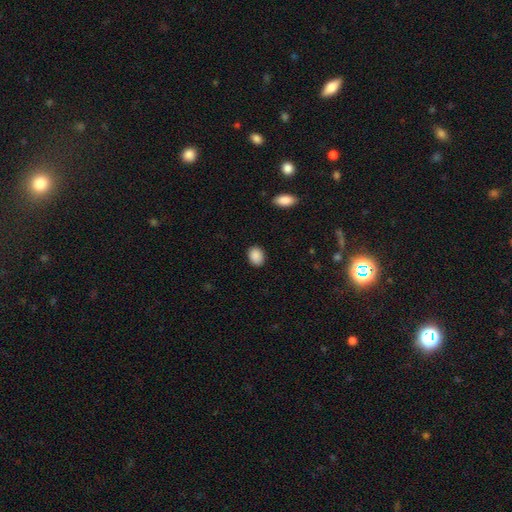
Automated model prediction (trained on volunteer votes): Smooth or featured: smooth — 90% (star or artifact — 7%)
How rounded: in between — 70% (round — 29%)
Merging: none — 89% (minor disturbance — 8%)